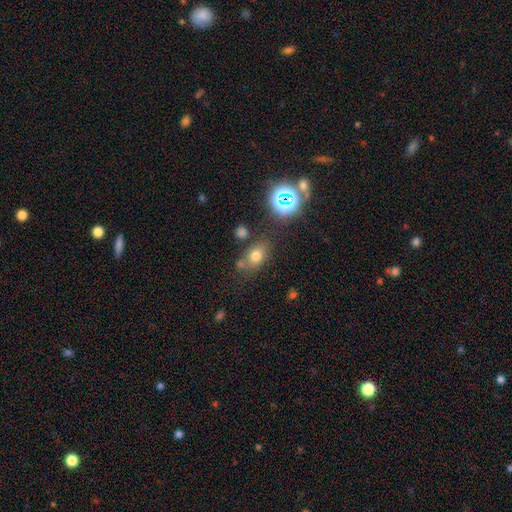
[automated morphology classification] type=smooth (69%); roundness=in between (64%); merging=none (67%).